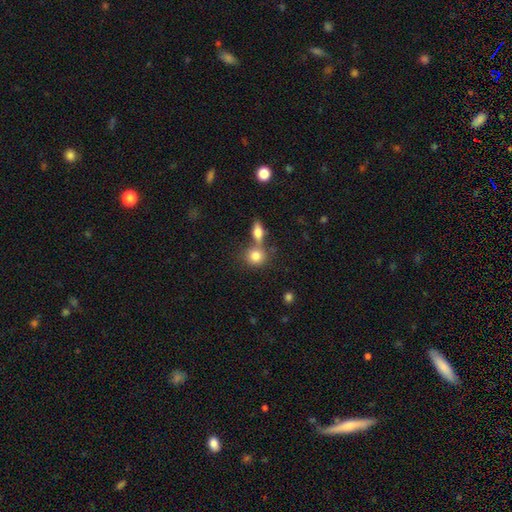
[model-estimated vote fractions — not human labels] Smooth or featured: smooth — 82% (featured or disk — 10%)
How rounded: round — 71% (in between — 26%)
Merging: none — 47% (merger — 40%)